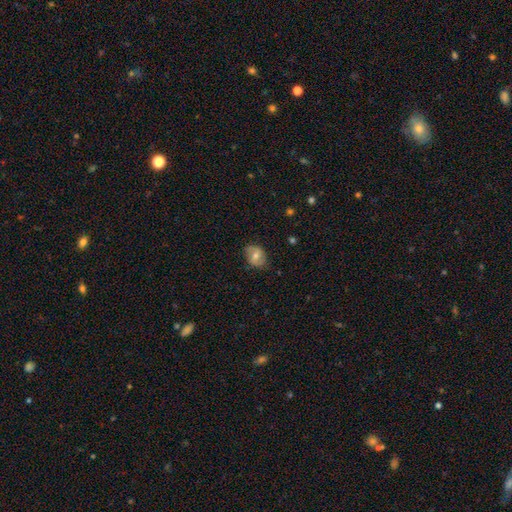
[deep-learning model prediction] smooth_or_featured: smooth (p=0.53) [alt: featured or disk p=0.39]
how_rounded: in between (p=0.63) [alt: round p=0.35]
merging: none (p=0.76) [alt: minor disturbance p=0.19]